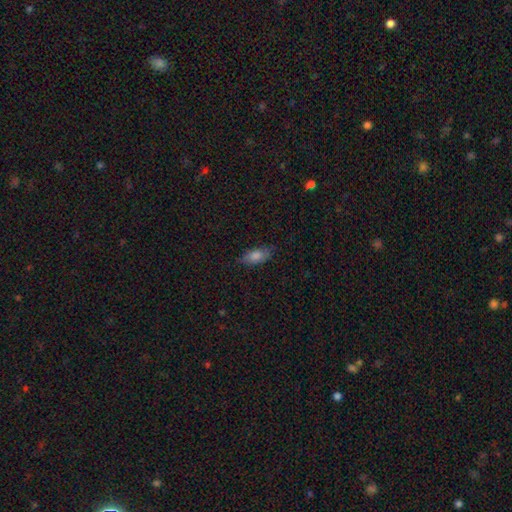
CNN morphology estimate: Smooth or featured?
  - smooth: 79% *
  - featured or disk: 13%
  - star or artifact: 8%
How rounded?
  - in between: 85% *
  - cigar-shaped: 11%
  - round: 4%
Merging?
  - none: 78% *
  - minor disturbance: 17%
  - major disturbance: 4%
  - merger: 1%